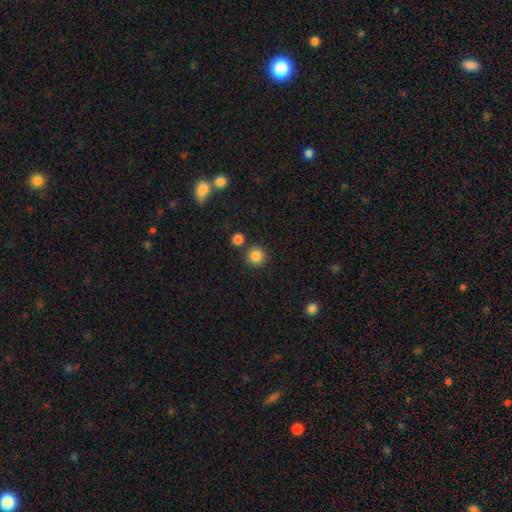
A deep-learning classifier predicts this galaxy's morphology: This is clearly a smooth galaxy (85%). How rounded: clearly round (94%). Merging: clearly none (81%).